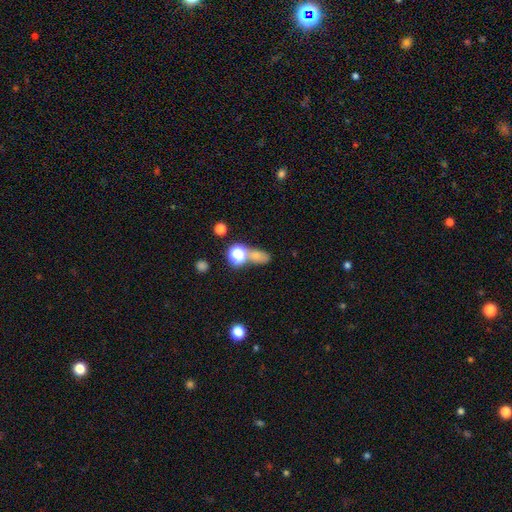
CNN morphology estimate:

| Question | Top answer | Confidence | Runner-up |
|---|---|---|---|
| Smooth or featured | smooth | 66% | star or artifact (24%) |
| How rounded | in between | 59% | round (35%) |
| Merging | none | 51% | merger (30%) |